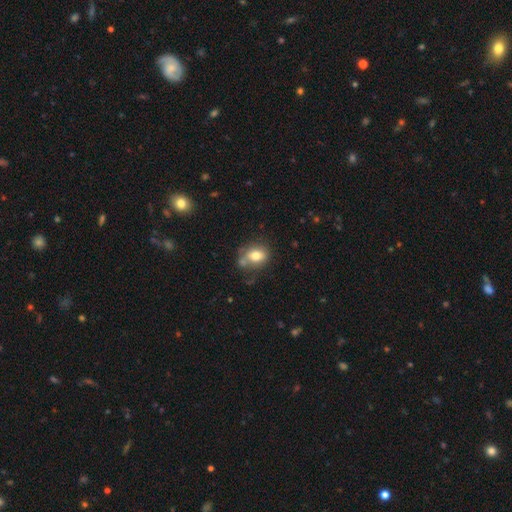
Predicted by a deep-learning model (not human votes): smooth-or-featured: smooth: 76% | featured or disk: 14% | star or artifact: 10%
  how-rounded: in between: 60% | round: 39% | cigar-shaped: 1%
  merging: none: 56% | minor disturbance: 21% | merger: 15% | major disturbance: 7%